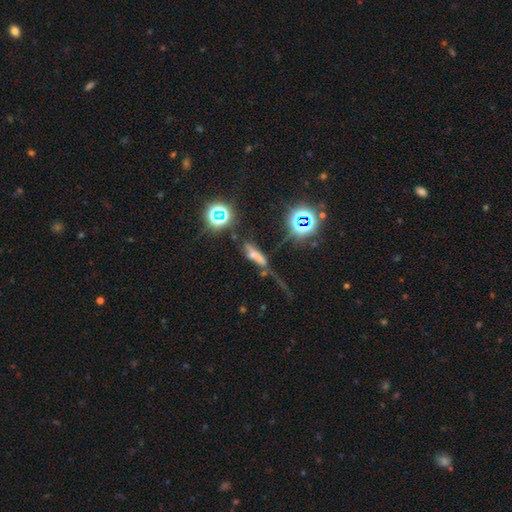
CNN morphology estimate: smooth-or-featured: smooth: 45% | star or artifact: 31% | featured or disk: 25%
  merging: none: 35% | major disturbance: 26% | merger: 20% | minor disturbance: 19%